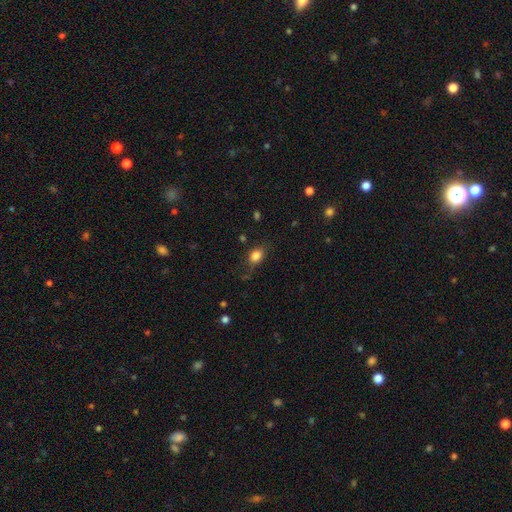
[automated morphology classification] The model was most divided on "how rounded": in between: 60%, round: 38%, cigar-shaped: 2%. More confident: smooth or featured — smooth (83%); merging — none (66%).